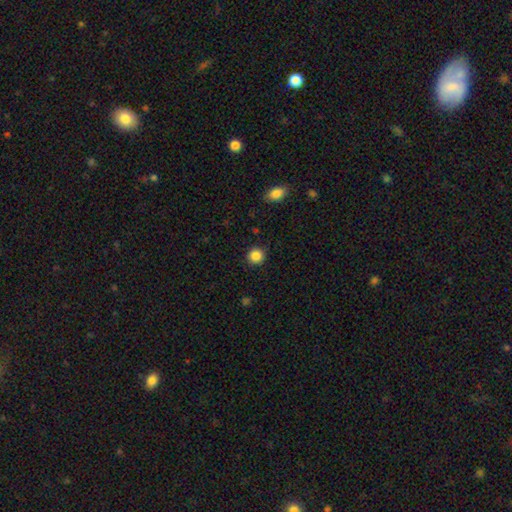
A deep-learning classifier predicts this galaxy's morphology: smooth_or_featured: smooth (p=0.87) [alt: star or artifact p=0.10]
how_rounded: round (p=0.93) [alt: in between p=0.06]
merging: none (p=0.90) [alt: minor disturbance p=0.07]